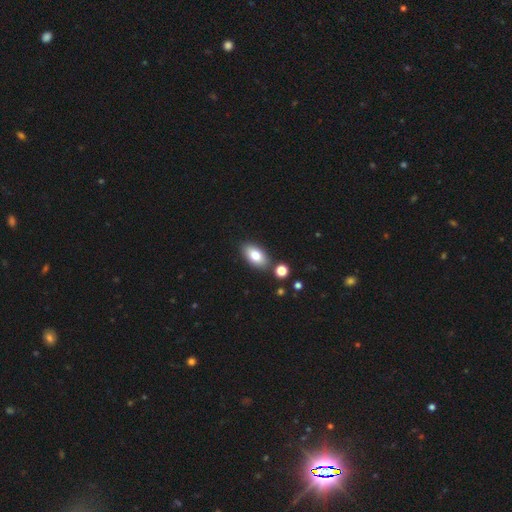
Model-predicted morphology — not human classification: The model was most divided on "smooth or featured": smooth: 79%, featured or disk: 14%, star or artifact: 7%. More confident: how rounded — in between (92%); merging — none (80%).